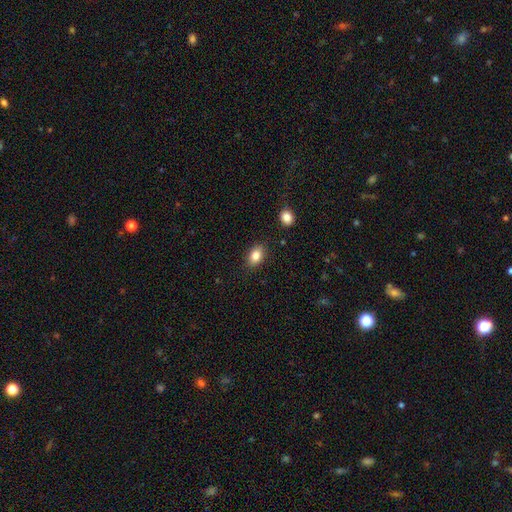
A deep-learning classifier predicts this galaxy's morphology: type=smooth (83%); roundness=in between (82%); merging=none (86%).